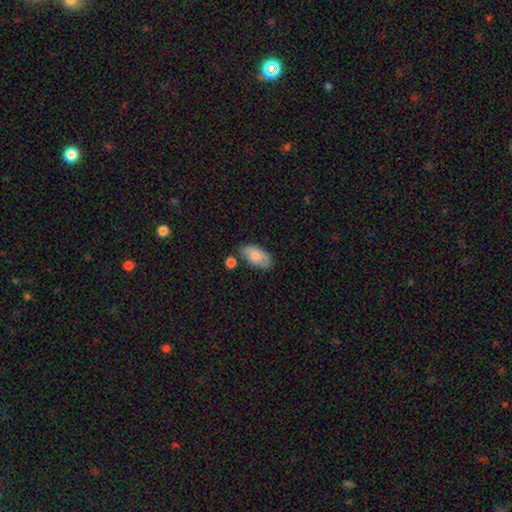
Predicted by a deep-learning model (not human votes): Overall: smooth (82%). How rounded: in between (94%). Merging: none (67%).